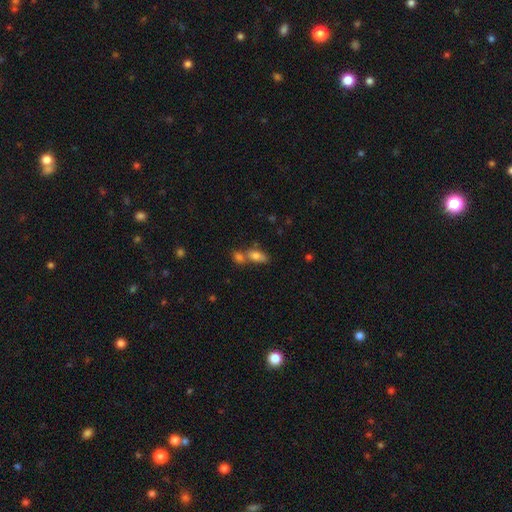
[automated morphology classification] Smooth or featured? Predicted: smooth (p=0.78). How rounded? Predicted: in between (p=0.84). Merging? Predicted: merger (p=0.46).